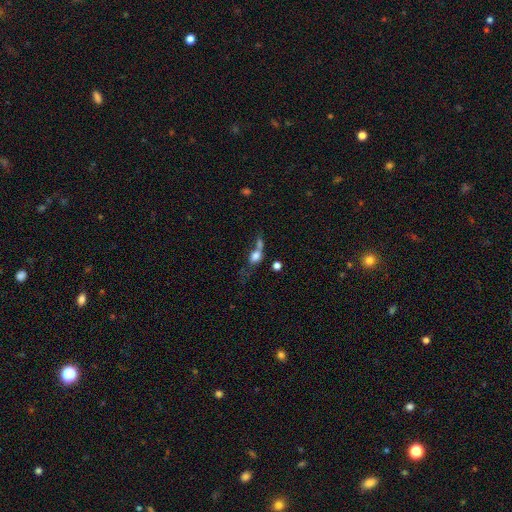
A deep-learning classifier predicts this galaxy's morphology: Overall: smooth (69%). How rounded: in between (61%; round 32%). Merging: merger (51%; none 22%).